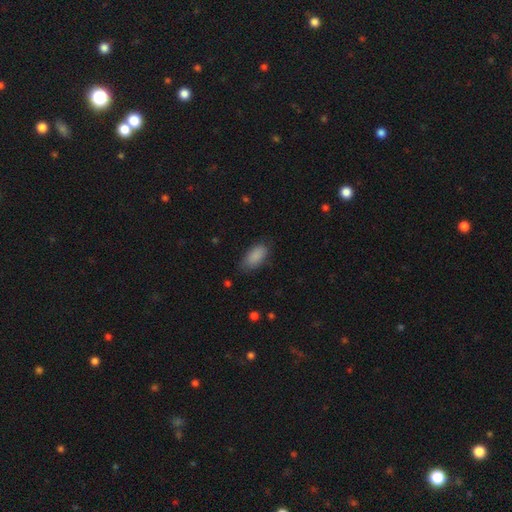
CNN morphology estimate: Q: Smooth or featured?
A: smooth (88%); runner-up: star or artifact (7%)
Q: How rounded?
A: in between (91%); runner-up: cigar-shaped (6%)
Q: Merging?
A: none (78%); runner-up: minor disturbance (17%)